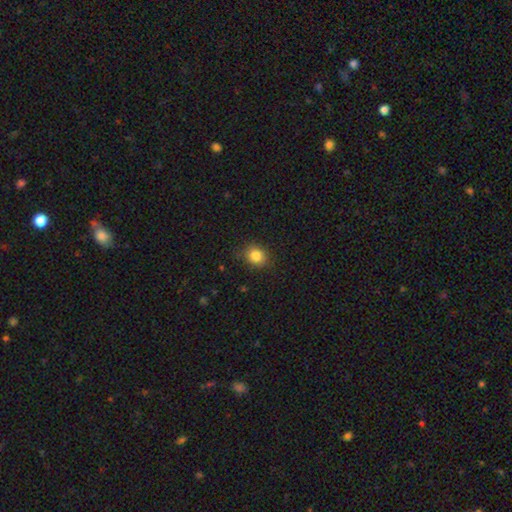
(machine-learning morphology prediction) The model was most divided on "how rounded": round: 70%, in between: 30%, cigar-shaped: 1%. More confident: merging — none (85%); smooth or featured — smooth (84%).